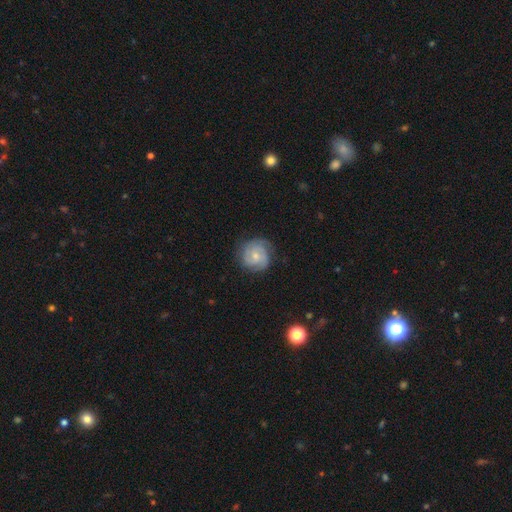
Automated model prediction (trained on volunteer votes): smooth_or_featured: featured or disk (p=0.71) [alt: smooth p=0.23]
disk_edge_on: no (p=0.98) [alt: yes p=0.02]
bar: no (p=0.72) [alt: weak p=0.24]
has_spiral_arms: yes (p=0.94) [alt: no p=0.06]
spiral_winding: tight (p=0.65) [alt: medium p=0.29]
spiral_arm_count: 2 (p=0.33) [alt: 3 p=0.30]
bulge_size: small (p=0.60) [alt: moderate p=0.35]
merging: none (p=0.79) [alt: minor disturbance p=0.16]